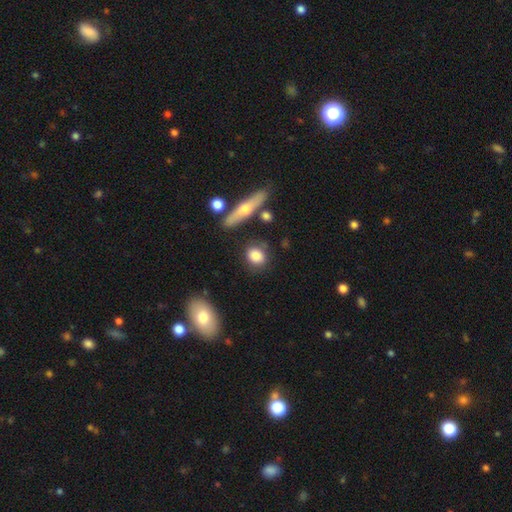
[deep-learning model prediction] Smooth or featured?
  - smooth: 81% *
  - featured or disk: 11%
  - star or artifact: 7%
How rounded?
  - round: 52% *
  - in between: 44%
  - cigar-shaped: 4%
Merging?
  - none: 74% *
  - minor disturbance: 16%
  - merger: 6%
  - major disturbance: 4%